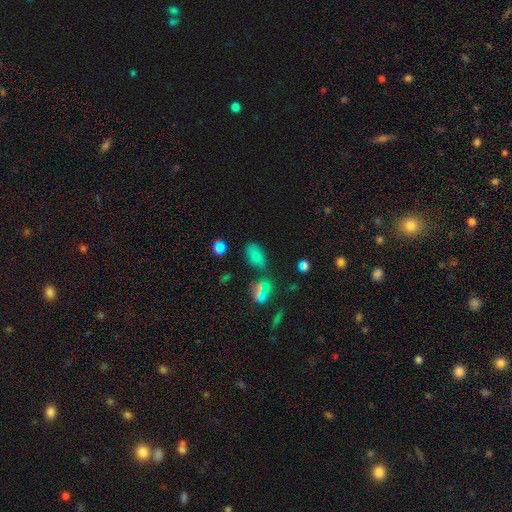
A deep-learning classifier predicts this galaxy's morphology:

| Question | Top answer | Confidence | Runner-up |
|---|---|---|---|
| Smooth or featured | smooth | 70% | star or artifact (22%) |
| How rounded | in between | 89% | round (9%) |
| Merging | none | 69% | minor disturbance (17%) |